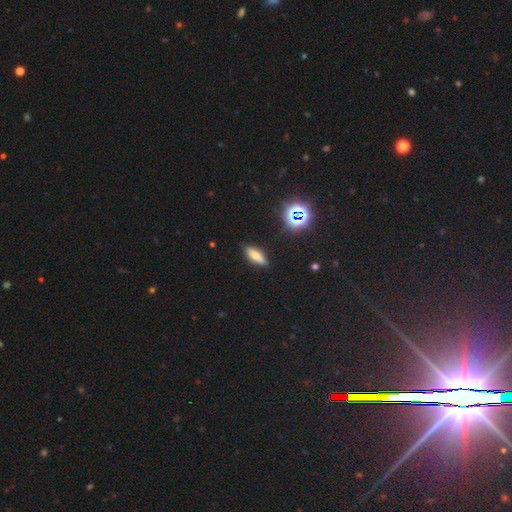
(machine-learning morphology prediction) Smooth or featured? Predicted: smooth (p=0.69). How rounded? Predicted: in between (p=0.59). Merging? Predicted: none (p=0.86).